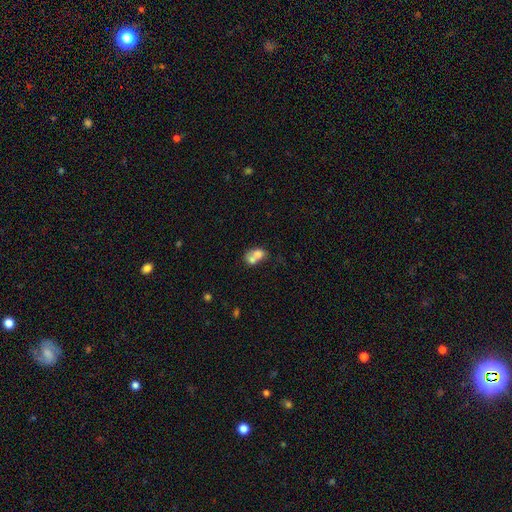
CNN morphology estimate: The model was most divided on "how rounded": in between: 57%, round: 42%, cigar-shaped: 1%. More confident: merging — merger (70%); smooth or featured — smooth (67%).